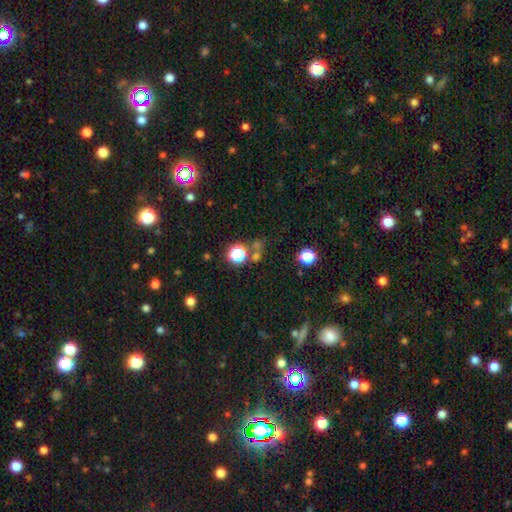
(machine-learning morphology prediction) Q: Smooth or featured?
A: star or artifact (48%); runner-up: smooth (43%)